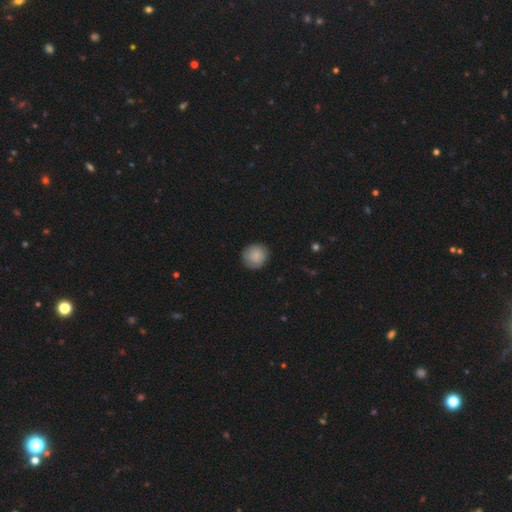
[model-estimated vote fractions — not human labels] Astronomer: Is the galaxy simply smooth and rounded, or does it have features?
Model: smooth — 88%.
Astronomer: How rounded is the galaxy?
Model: round — 90%.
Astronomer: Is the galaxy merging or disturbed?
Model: none — 88%.